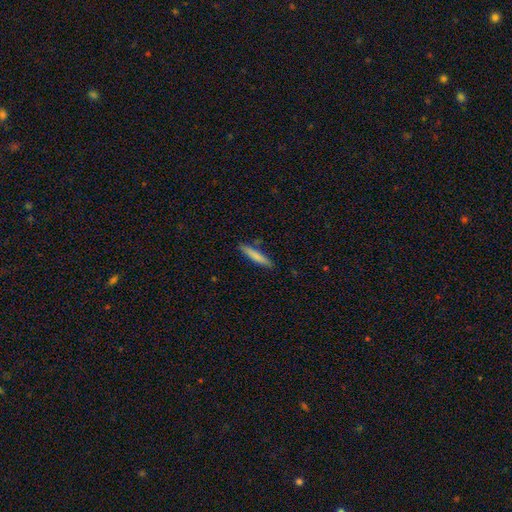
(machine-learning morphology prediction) Smooth or featured?
  - smooth: 77% *
  - featured or disk: 17%
  - star or artifact: 6%
How rounded?
  - cigar-shaped: 91% *
  - in between: 8%
  - round: 1%
Merging?
  - none: 84% *
  - minor disturbance: 11%
  - merger: 3%
  - major disturbance: 2%